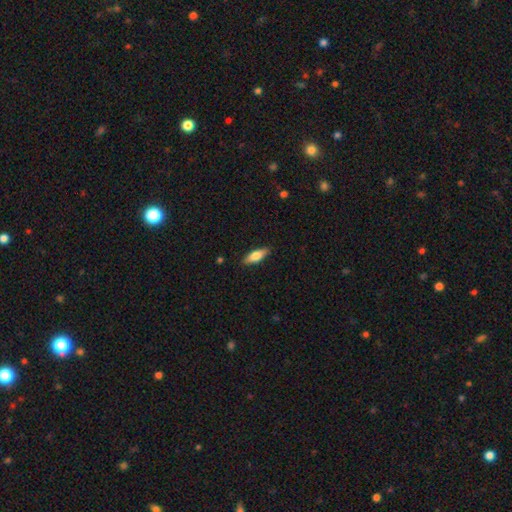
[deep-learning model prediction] smooth-or-featured: smooth: 64% | featured or disk: 30% | star or artifact: 6%
  how-rounded: in between: 57% | cigar-shaped: 41% | round: 2%
  merging: none: 87% | minor disturbance: 10% | major disturbance: 2% | merger: 1%